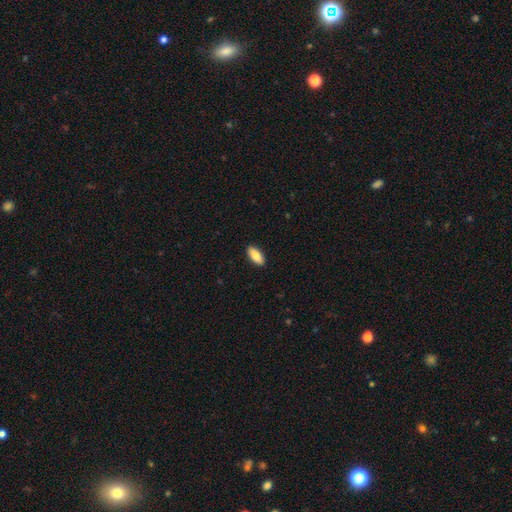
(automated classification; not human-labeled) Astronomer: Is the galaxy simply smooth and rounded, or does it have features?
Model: smooth — 85%.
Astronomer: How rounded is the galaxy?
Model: in between — 87%.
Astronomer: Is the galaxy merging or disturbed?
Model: none — 91%.